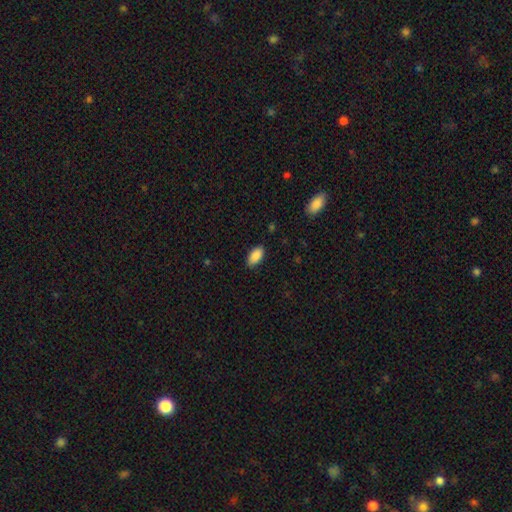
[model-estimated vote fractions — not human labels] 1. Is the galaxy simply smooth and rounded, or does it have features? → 89% smooth, 7% star or artifact, 4% featured or disk.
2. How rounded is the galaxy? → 93% in between, 4% cigar-shaped, 3% round.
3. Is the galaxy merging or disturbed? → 85% none, 11% minor disturbance, 2% major disturbance, 1% merger.